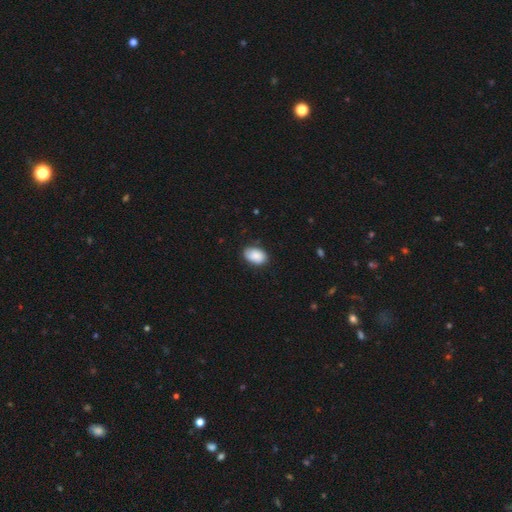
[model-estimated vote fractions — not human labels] Morphology: type=smooth (87%); roundness=in between (88%); merging=none (81%).